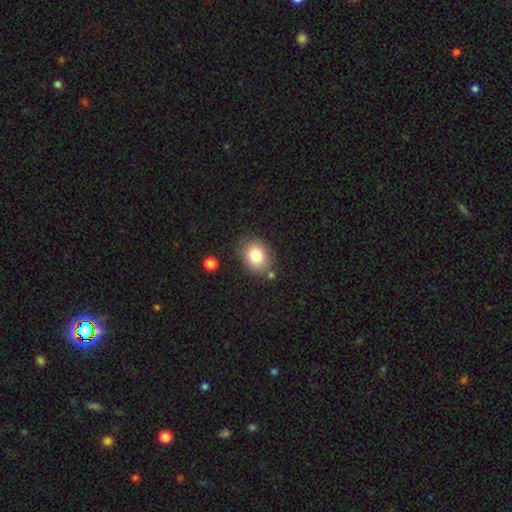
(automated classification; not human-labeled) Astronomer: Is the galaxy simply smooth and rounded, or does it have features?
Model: smooth — 81%.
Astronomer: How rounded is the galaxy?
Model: in between — 57% (runner-up: round, 42%).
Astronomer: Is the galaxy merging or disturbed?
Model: none — 77%.